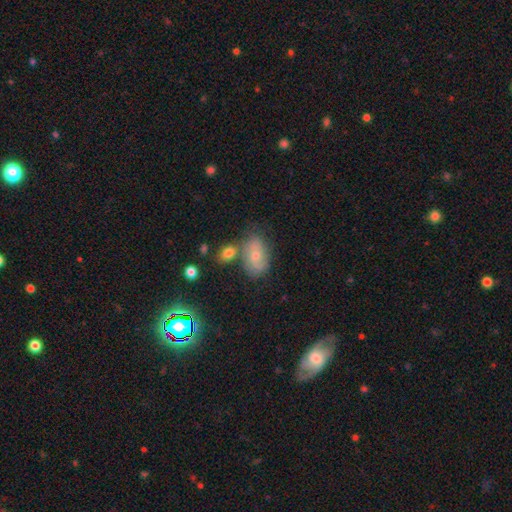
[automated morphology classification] Overall: smooth (51%; featured or disk 38%). How rounded: in between (84%). Merging: none (55%; minor disturbance 21%).